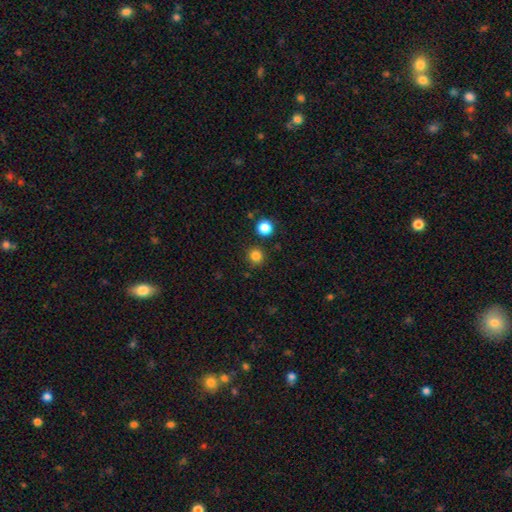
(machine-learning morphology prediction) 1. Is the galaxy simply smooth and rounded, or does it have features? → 83% smooth, 13% star or artifact, 4% featured or disk.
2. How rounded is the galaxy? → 93% round, 6% in between, 1% cigar-shaped.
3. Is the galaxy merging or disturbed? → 88% none, 6% minor disturbance, 4% merger, 2% major disturbance.